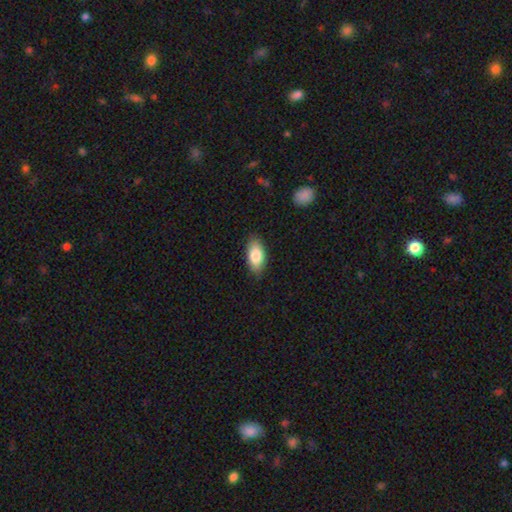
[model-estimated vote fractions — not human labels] A smooth galaxy with no disk features (84%) that is in between round and cigar-shaped (91%). Merging: none (85%).